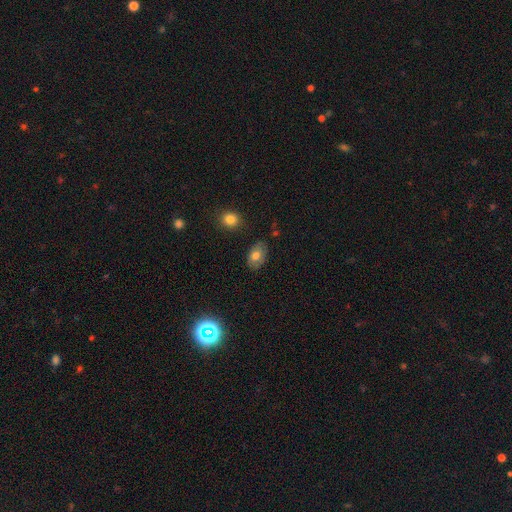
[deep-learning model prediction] Smooth or featured? smooth (75%)
How rounded? in between (87%)
Merging? none (78%)